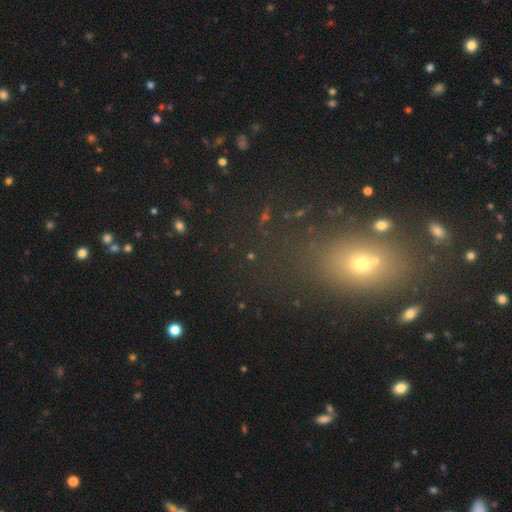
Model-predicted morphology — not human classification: Smooth or featured?
  - smooth: 48% *
  - star or artifact: 38%
  - featured or disk: 13%
Merging?
  - none: 72% *
  - minor disturbance: 13%
  - major disturbance: 9%
  - merger: 7%